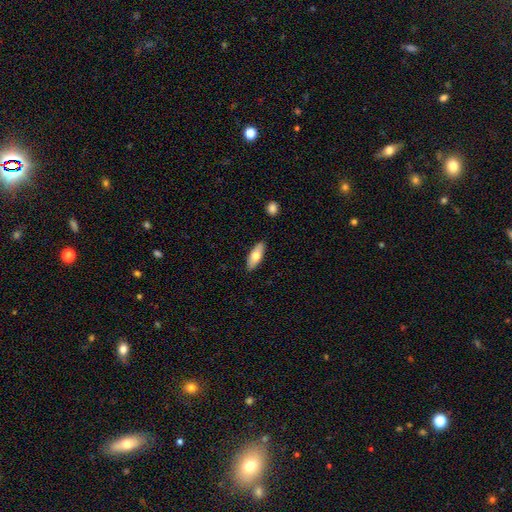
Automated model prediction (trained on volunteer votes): smooth-or-featured: smooth: 68% | featured or disk: 26% | star or artifact: 6%
  how-rounded: in between: 72% | cigar-shaped: 26% | round: 2%
  merging: none: 87% | minor disturbance: 9% | major disturbance: 2% | merger: 1%